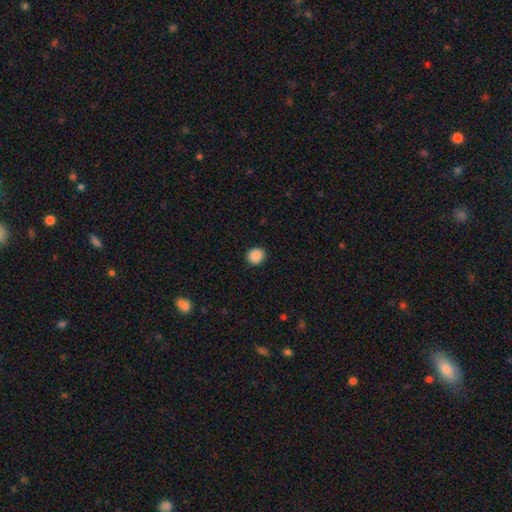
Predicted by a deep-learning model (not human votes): Morphology: type=smooth (88%); roundness=round (83%); merging=none (91%).